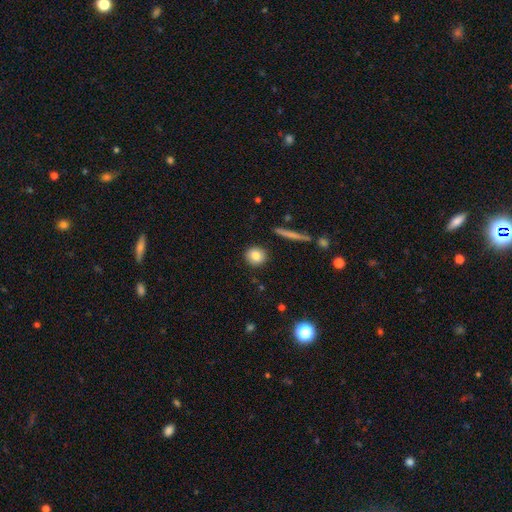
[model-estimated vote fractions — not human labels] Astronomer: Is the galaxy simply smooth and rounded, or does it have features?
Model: smooth — 84%.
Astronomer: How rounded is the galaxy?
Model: round — 88%.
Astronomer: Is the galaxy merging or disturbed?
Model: none — 90%.